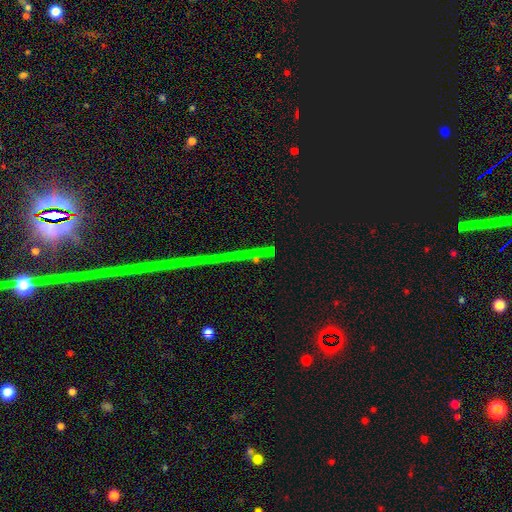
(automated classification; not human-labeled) This appears to be a star or artifact, not a galaxy (82%).